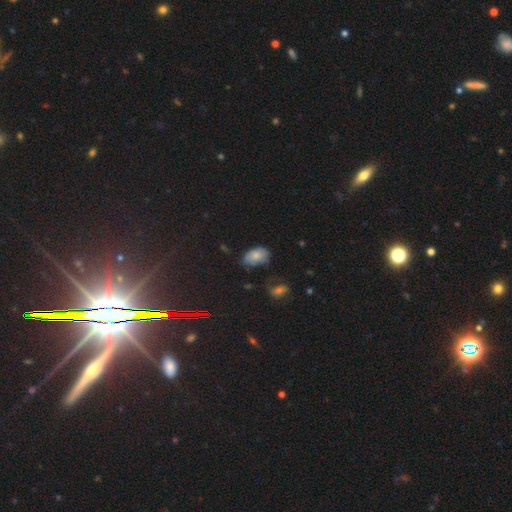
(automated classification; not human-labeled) This appears to be a smooth galaxy with no disk features (74%) that is in between round and cigar-shaped (89%). Merging: none (48%).